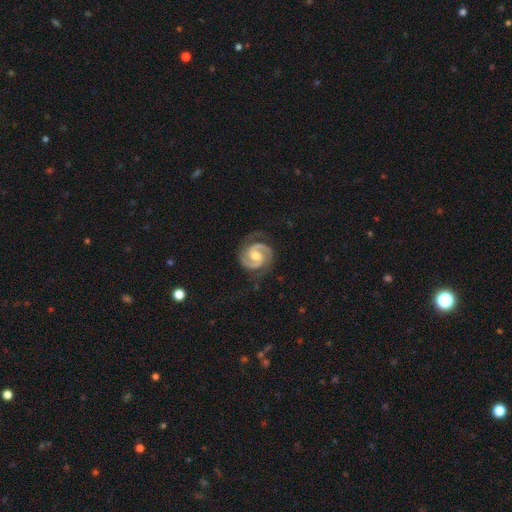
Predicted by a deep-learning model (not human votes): This appears to be a featured or disk galaxy (92%) with a weak bar (45%), 2 (94%) medium (50%) spiral arms (99%) and a moderate central bulge (69%). Merging: none (79%).